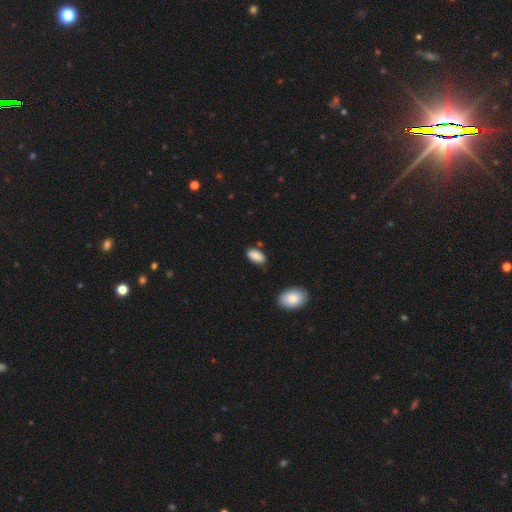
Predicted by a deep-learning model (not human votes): smooth 89%, star or artifact 7%, featured or disk 4%. Down the decision tree: how rounded — in between (94%); merging — none (79%).